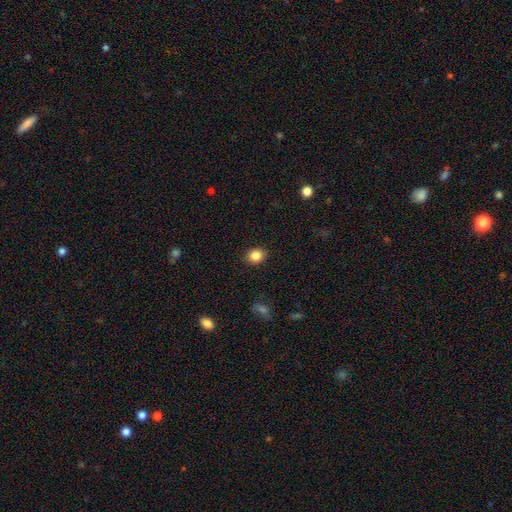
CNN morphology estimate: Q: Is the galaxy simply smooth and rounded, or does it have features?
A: smooth — 85%.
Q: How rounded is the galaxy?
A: round — 63%.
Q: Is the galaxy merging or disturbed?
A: none — 89%.